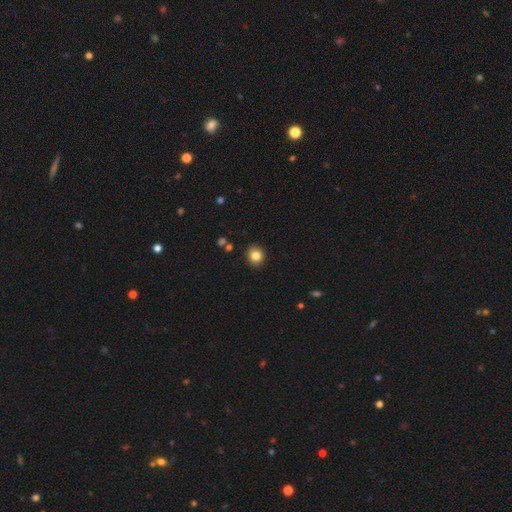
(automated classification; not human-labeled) This appears to be a smooth galaxy with no disk features (82%) that is round (76%). Merging: none (90%).